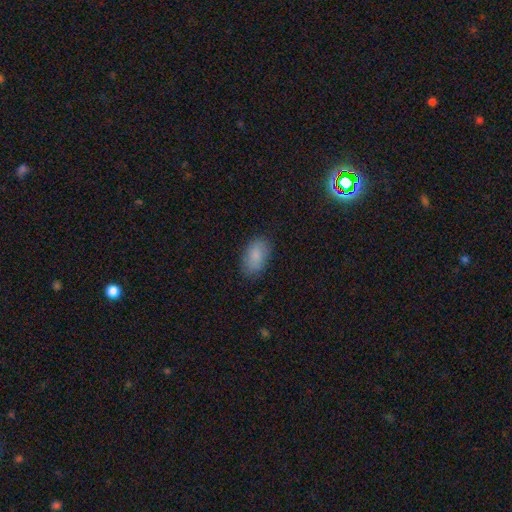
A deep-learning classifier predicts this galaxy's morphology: A smooth galaxy with no disk features (85%) that is in between round and cigar-shaped (93%).

Vote fractions:
- Smooth or featured? smooth: 85% / featured or disk: 8% / star or artifact: 7%
- How rounded? in between: 93% / round: 6% / cigar-shaped: 2%
- Merging? none: 81% / minor disturbance: 15% / major disturbance: 3% / merger: 1%